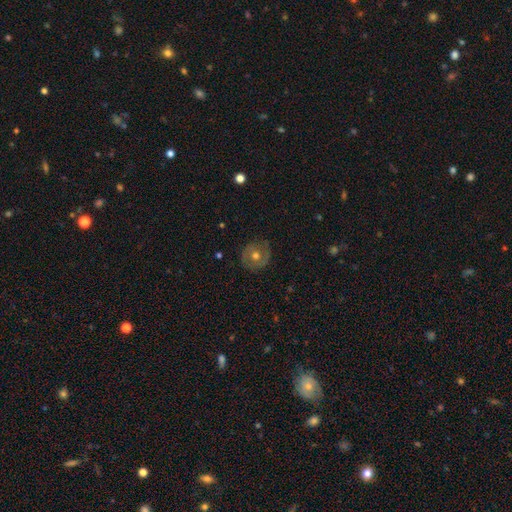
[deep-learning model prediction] Q: Smooth or featured?
A: featured or disk (54%); runner-up: smooth (38%)
Q: Edge-on disk?
A: no (96%); runner-up: yes (4%)
Q: Bar?
A: no (80%); runner-up: weak (15%)
Q: Spiral arms?
A: no (53%); runner-up: yes (47%)
Q: Bulge size?
A: moderate (78%); runner-up: small (15%)
Q: Merging?
A: none (82%); runner-up: minor disturbance (12%)